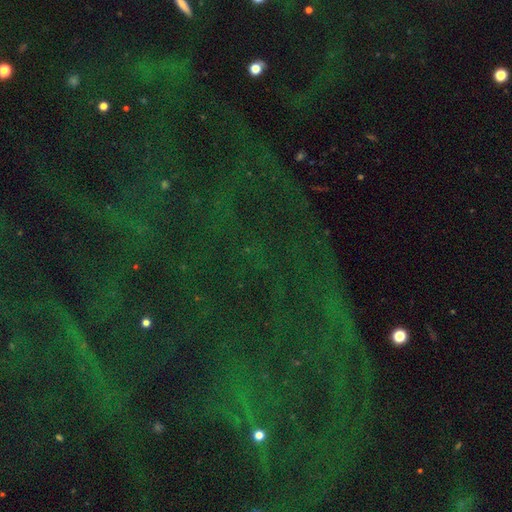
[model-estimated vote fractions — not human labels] smooth-or-featured: star or artifact: 84% | smooth: 9% | featured or disk: 8%